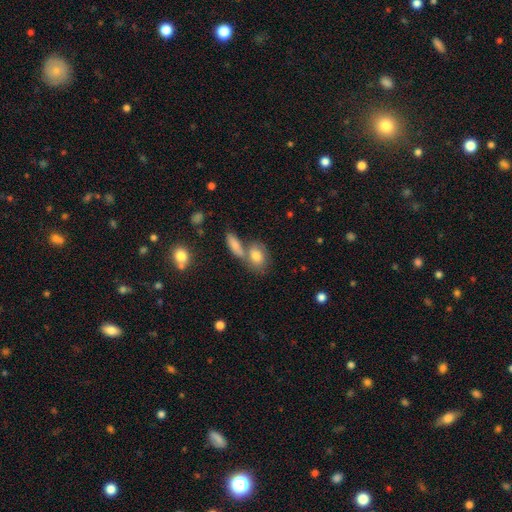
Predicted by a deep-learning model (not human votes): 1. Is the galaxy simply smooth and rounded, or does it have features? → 76% smooth, 16% featured or disk, 8% star or artifact.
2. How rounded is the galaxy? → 73% in between, 24% round, 4% cigar-shaped.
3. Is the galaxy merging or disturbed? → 45% merger, 41% none, 10% minor disturbance, 4% major disturbance.